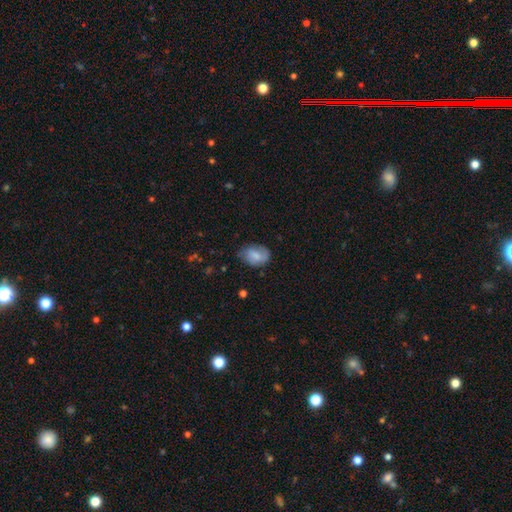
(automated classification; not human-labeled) This is likely a smooth galaxy (68%). How rounded: likely in between (75%). Merging: likely none (61%).